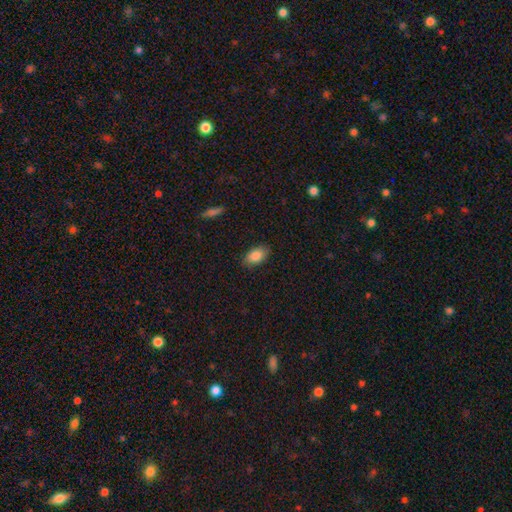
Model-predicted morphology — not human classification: A smooth galaxy with no disk features (87%) that is in between round and cigar-shaped (92%). Merging: none (85%).